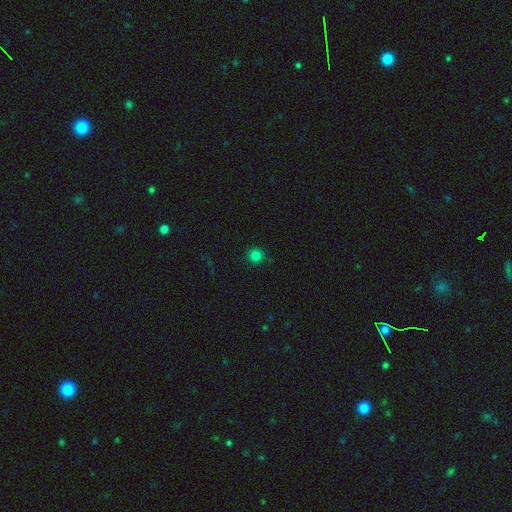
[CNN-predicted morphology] smooth-or-featured: smooth: 82% | star or artifact: 15% | featured or disk: 4%
  how-rounded: round: 95% | in between: 4% | cigar-shaped: 1%
  merging: none: 91% | minor disturbance: 6% | major disturbance: 2% | merger: 1%